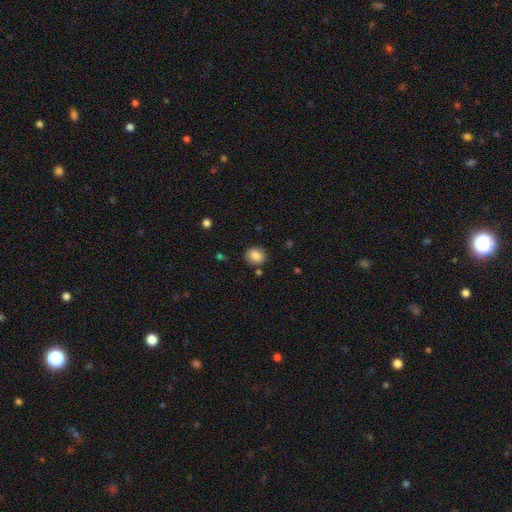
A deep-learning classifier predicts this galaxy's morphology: smooth-or-featured: smooth: 86% | star or artifact: 9% | featured or disk: 5%
  how-rounded: round: 64% | in between: 35% | cigar-shaped: 1%
  merging: none: 82% | minor disturbance: 11% | merger: 3% | major disturbance: 3%